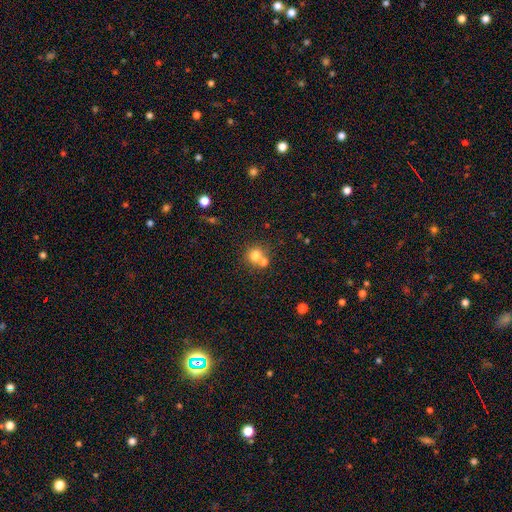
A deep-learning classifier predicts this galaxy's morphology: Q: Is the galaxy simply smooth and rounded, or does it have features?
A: smooth — 75%.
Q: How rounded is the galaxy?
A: round — 88%.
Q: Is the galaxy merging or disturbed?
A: none — 51%.